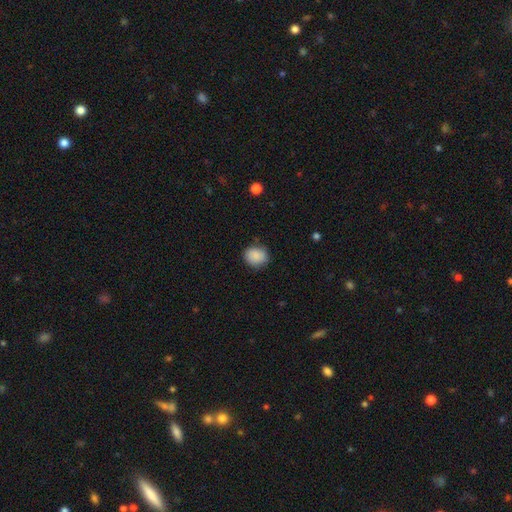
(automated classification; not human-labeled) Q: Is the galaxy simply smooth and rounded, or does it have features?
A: smooth — 88%.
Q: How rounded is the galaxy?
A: round — 71%.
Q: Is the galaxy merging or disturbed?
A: none — 80%.